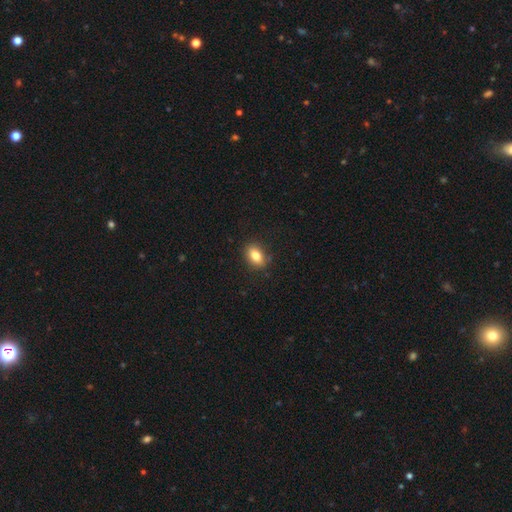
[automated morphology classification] A smooth galaxy with no disk features (81%) that is in between round and cigar-shaped (81%). Merging: none (86%).